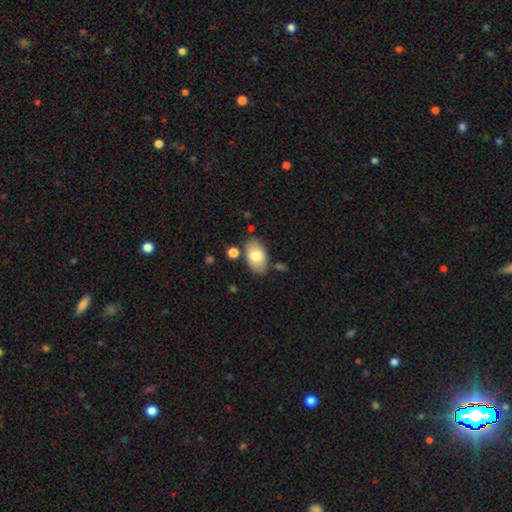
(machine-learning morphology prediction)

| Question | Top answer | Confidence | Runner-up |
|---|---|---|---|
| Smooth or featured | smooth | 78% | featured or disk (15%) |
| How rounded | in between | 94% | round (5%) |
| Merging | none | 79% | minor disturbance (13%) |